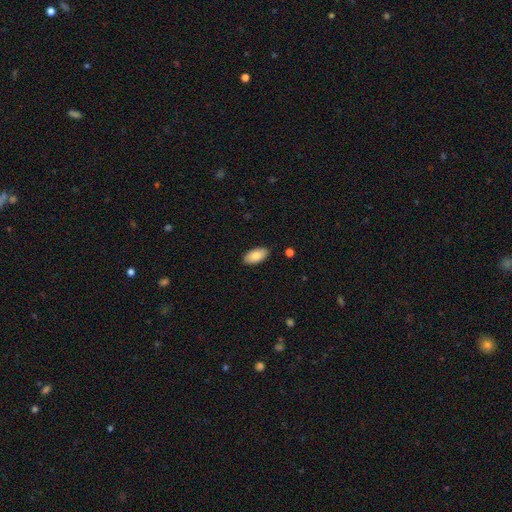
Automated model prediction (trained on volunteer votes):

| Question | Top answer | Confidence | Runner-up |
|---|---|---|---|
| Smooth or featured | smooth | 83% | featured or disk (10%) |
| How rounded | in between | 94% | cigar-shaped (4%) |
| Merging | none | 89% | minor disturbance (9%) |